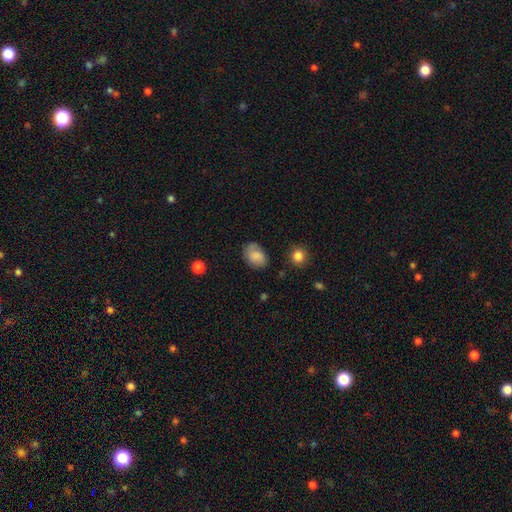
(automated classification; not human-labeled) smooth 80%, featured or disk 12%, star or artifact 8%. Down the decision tree: how rounded — in between (77%); merging — none (66%).